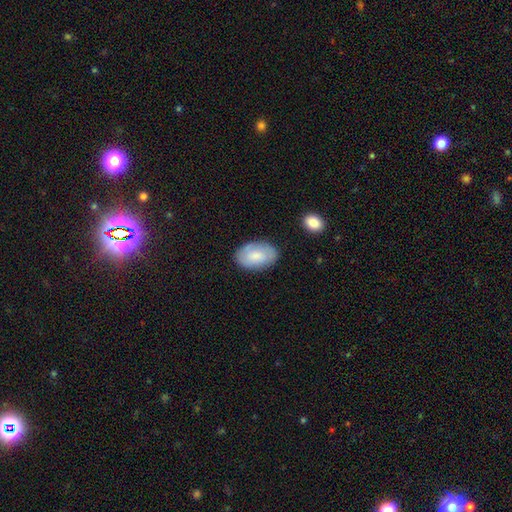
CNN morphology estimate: A smooth galaxy with no disk features (74%) that is in between round and cigar-shaped (91%).

Vote fractions:
- Smooth or featured? smooth: 74% / featured or disk: 20% / star or artifact: 6%
- How rounded? in between: 91% / round: 8% / cigar-shaped: 1%
- Merging? none: 80% / minor disturbance: 15% / major disturbance: 3% / merger: 2%